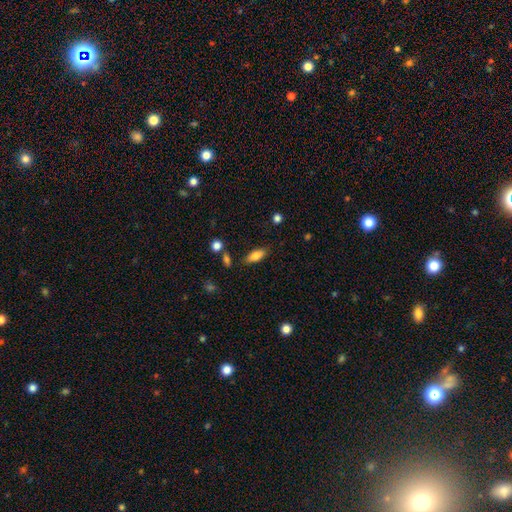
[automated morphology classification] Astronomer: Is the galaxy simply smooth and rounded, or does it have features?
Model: smooth — 80%.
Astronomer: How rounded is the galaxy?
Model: in between — 77%.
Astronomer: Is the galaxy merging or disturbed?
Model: none — 81%.